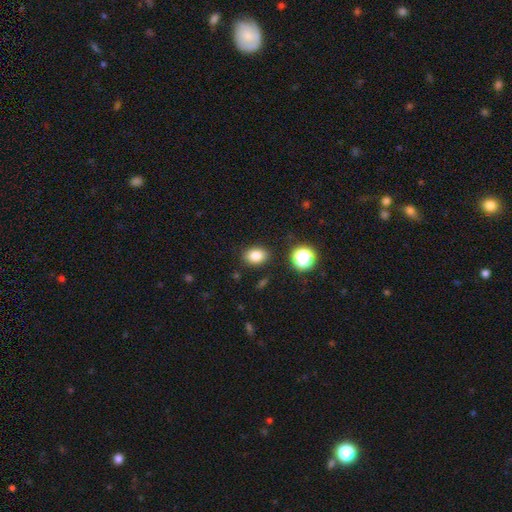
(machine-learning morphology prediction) smooth 82%, star or artifact 12%, featured or disk 6%. Down the decision tree: how rounded — in between (68%); merging — none (86%).